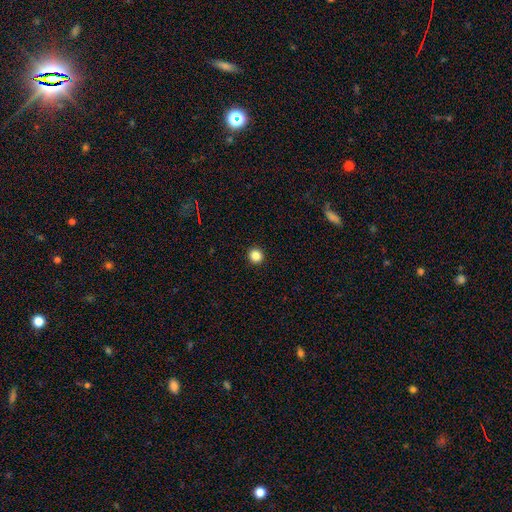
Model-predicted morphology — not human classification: This appears to be a smooth galaxy with no disk features (86%) that is round (94%). Merging: none (94%).